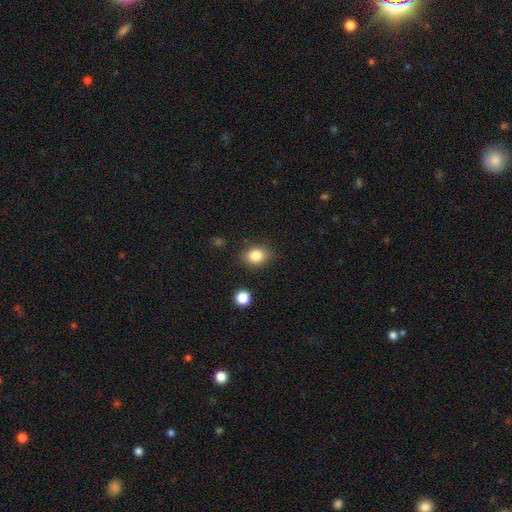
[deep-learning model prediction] Overall: smooth (84%). How rounded: in between (58%; round 41%). Merging: none (84%).